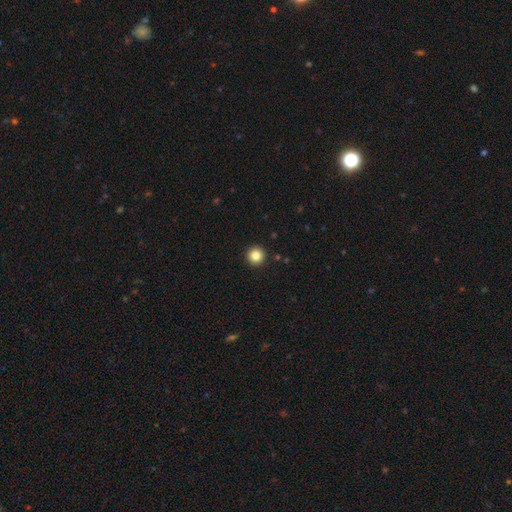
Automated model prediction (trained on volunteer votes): smooth_or_featured: smooth (p=0.85) [alt: star or artifact p=0.11]
how_rounded: round (p=0.96) [alt: in between p=0.03]
merging: none (p=0.93) [alt: minor disturbance p=0.04]